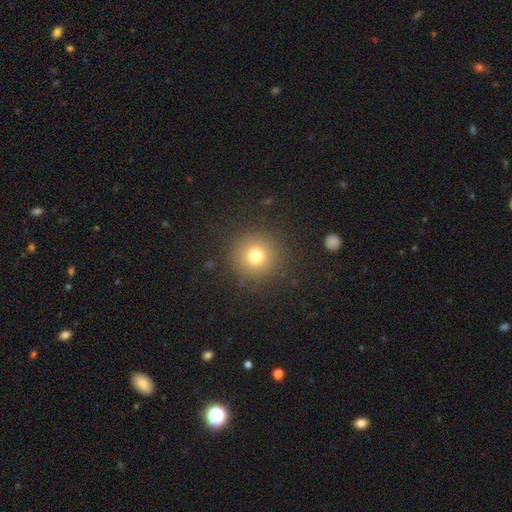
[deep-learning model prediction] This is likely a smooth galaxy (74%). How rounded: clearly round (95%). Merging: clearly none (89%).